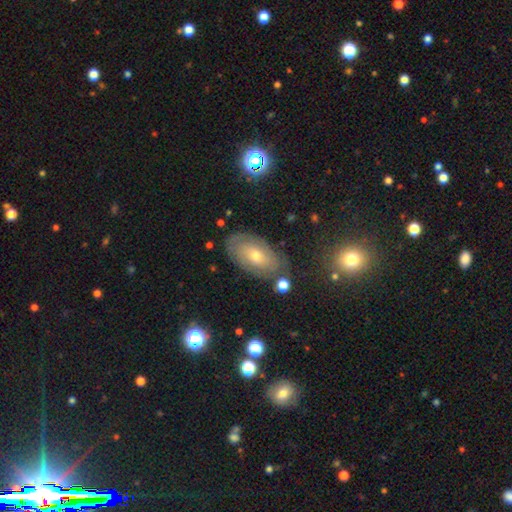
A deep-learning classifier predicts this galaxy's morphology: Smooth or featured: featured or disk — 52% (smooth — 38%)
Edge-on disk: no — 89% (yes — 11%)
Merging: none — 76% (minor disturbance — 17%)